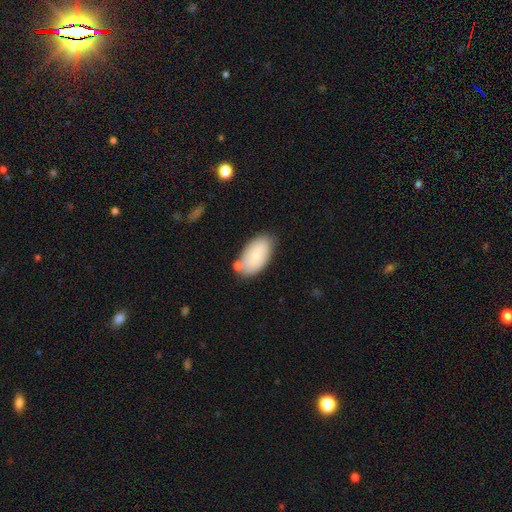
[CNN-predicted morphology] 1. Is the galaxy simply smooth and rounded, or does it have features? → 78% smooth, 16% featured or disk, 7% star or artifact.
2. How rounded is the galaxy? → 95% in between, 3% round, 2% cigar-shaped.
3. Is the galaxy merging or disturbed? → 72% none, 16% minor disturbance, 8% merger, 4% major disturbance.